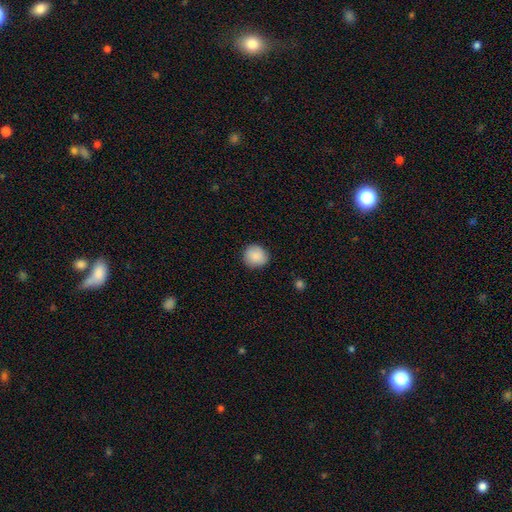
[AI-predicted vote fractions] smooth 88%, star or artifact 7%, featured or disk 4%. Down the decision tree: how rounded — round (89%); merging — none (87%).